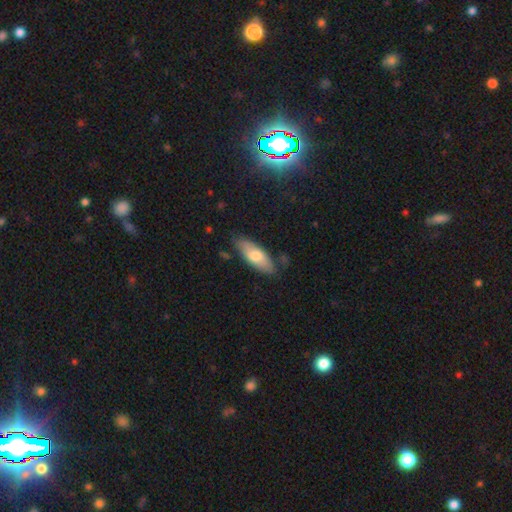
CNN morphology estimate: A smooth galaxy with no disk features (69%) that is in between round and cigar-shaped (72%).

Vote fractions:
- Smooth or featured? smooth: 69% / featured or disk: 25% / star or artifact: 6%
- How rounded? in between: 72% / cigar-shaped: 26% / round: 2%
- Merging? none: 78% / minor disturbance: 16% / major disturbance: 3% / merger: 2%